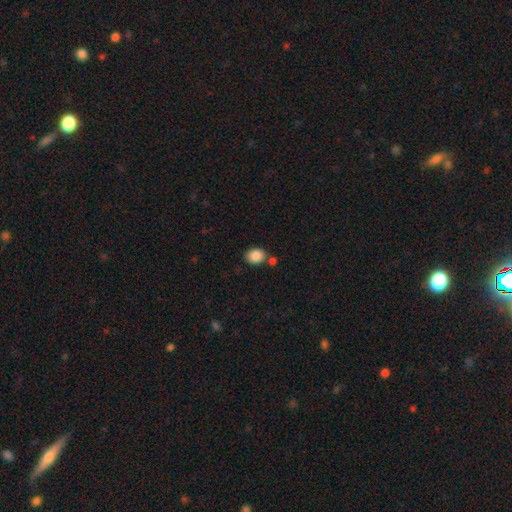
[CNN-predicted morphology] smooth 87%, star or artifact 8%, featured or disk 4%. Down the decision tree: how rounded — in between (52%); merging — none (68%).